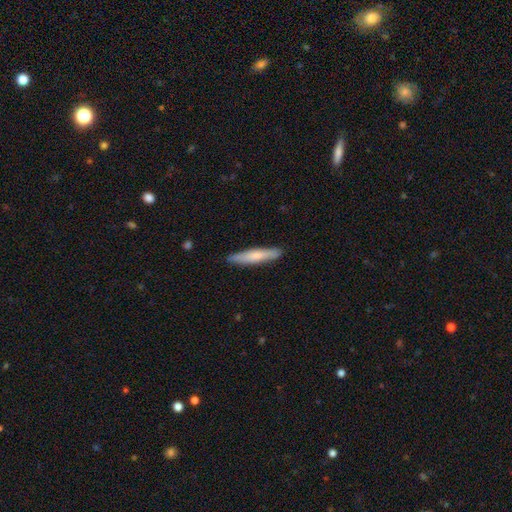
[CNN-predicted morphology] type=smooth (66%); roundness=cigar-shaped (91%); merging=none (88%).